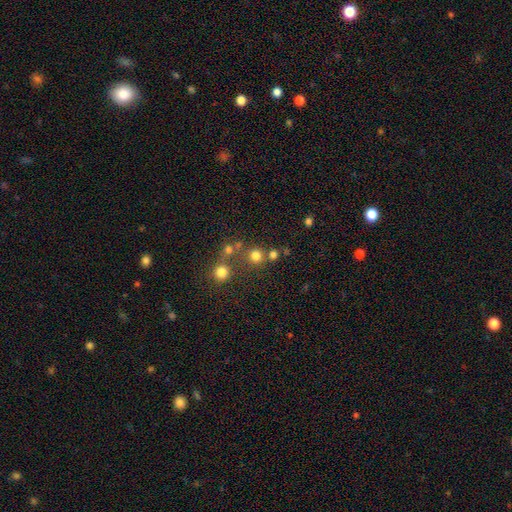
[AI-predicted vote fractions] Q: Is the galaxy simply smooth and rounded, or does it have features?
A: smooth — 75%.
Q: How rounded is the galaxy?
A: round — 90%.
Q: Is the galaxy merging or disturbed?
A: none — 68%.